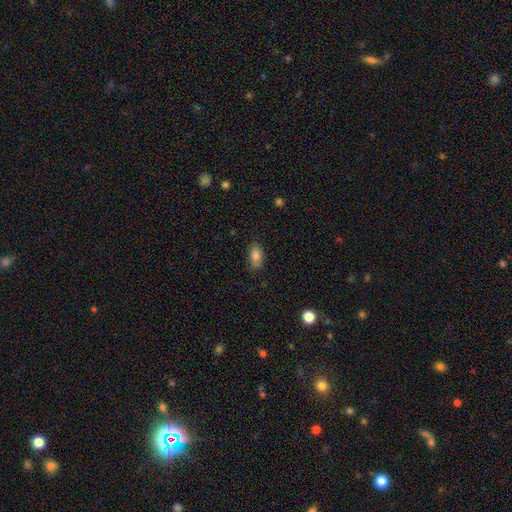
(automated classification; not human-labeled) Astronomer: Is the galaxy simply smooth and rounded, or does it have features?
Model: smooth — 83%.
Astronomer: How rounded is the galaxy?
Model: in between — 89%.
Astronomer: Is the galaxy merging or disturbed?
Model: none — 80%.